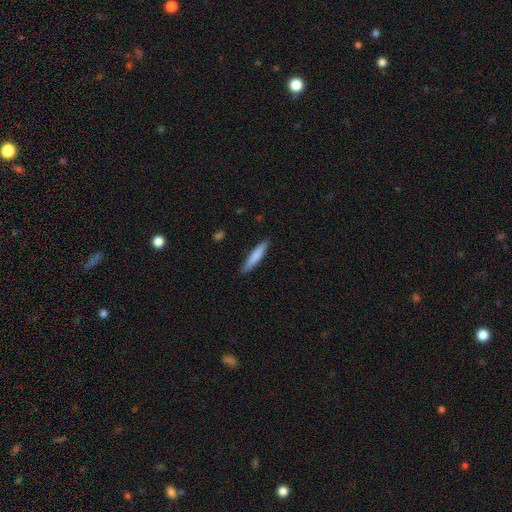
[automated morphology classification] This is likely a smooth galaxy (76%). How rounded: clearly cigar-shaped (90%). Merging: clearly none (88%).